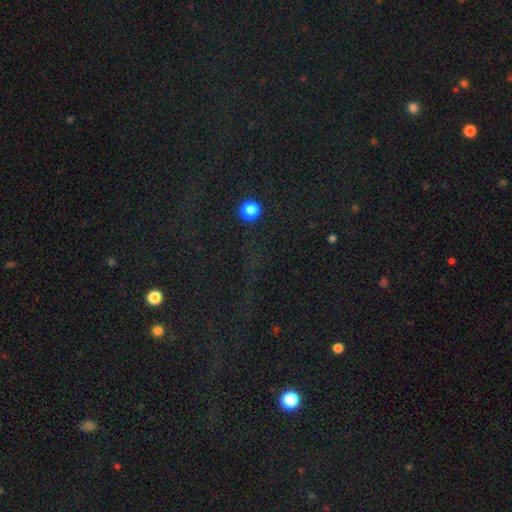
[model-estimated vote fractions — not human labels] Smooth or featured? Predicted: star or artifact (p=0.76).